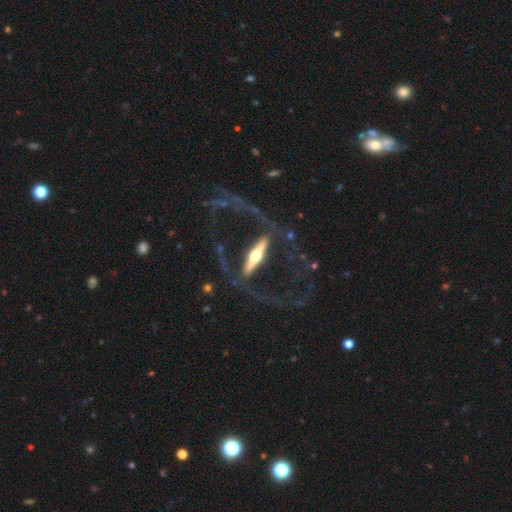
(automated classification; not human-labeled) Smooth or featured? featured or disk (85%)
Edge-on disk? yes (69%)
Edge-on bulge? rounded (92%)
Merging? none (57%)